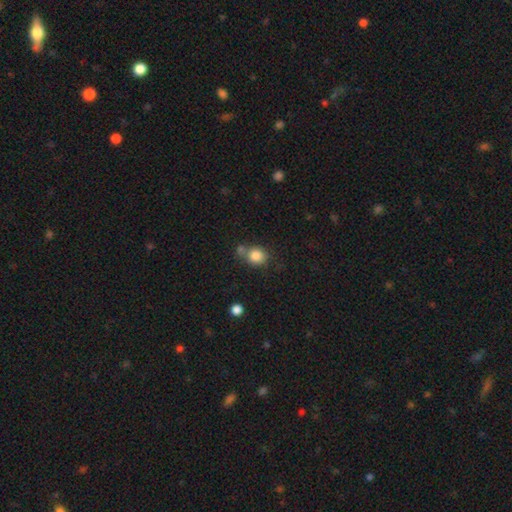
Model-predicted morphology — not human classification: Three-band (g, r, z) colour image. It shows a smooth galaxy with no disk features (83%) that is round (78%). Merging: none (56%).